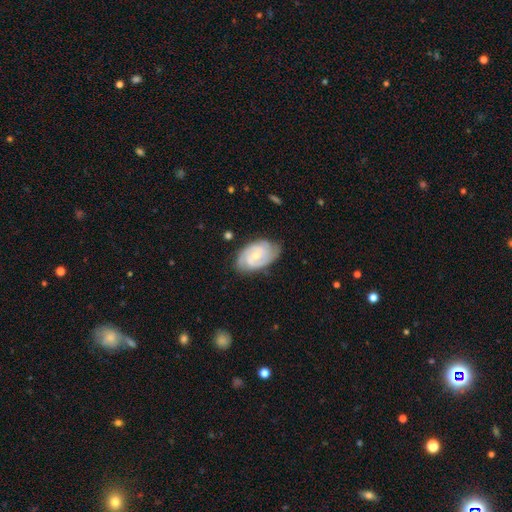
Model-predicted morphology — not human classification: Q: Smooth or featured?
A: featured or disk (85%); runner-up: smooth (11%)
Q: Edge-on disk?
A: no (97%); runner-up: yes (3%)
Q: Bar?
A: no (57%); runner-up: weak (36%)
Q: Spiral arms?
A: yes (97%); runner-up: no (3%)
Q: Spiral winding?
A: tight (63%); runner-up: medium (31%)
Q: Spiral arm count?
A: 2 (48%); runner-up: 3 (27%)
Q: Bulge size?
A: small (58%); runner-up: moderate (39%)
Q: Merging?
A: none (77%); runner-up: minor disturbance (18%)